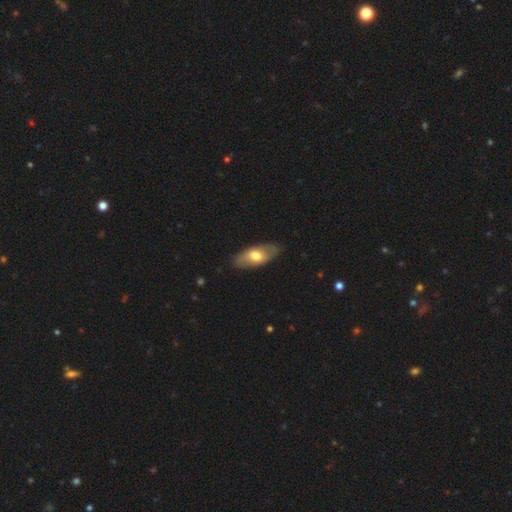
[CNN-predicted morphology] This appears to be a smooth galaxy with no disk features (62%) that is in between round and cigar-shaped (87%). Merging: none (83%).